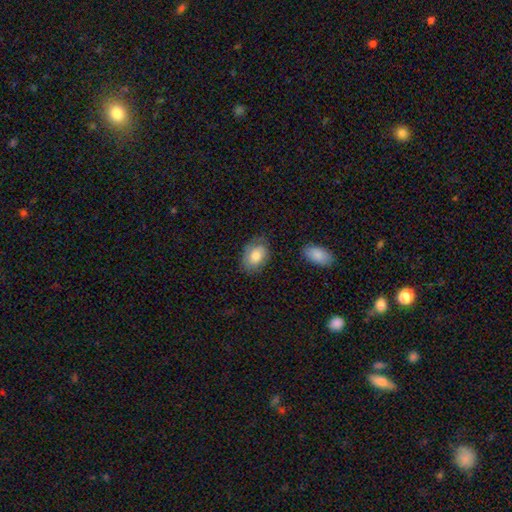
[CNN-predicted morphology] This appears to be a smooth galaxy with no disk features (76%) that is in between round and cigar-shaped (82%). Merging: none (68%).